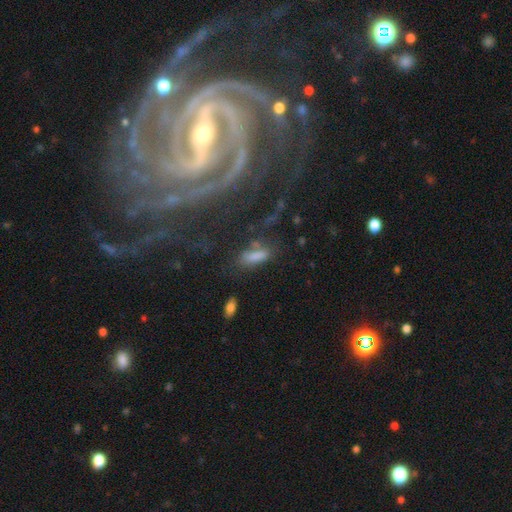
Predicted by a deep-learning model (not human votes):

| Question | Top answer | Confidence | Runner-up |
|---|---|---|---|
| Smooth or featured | smooth | 74% | featured or disk (14%) |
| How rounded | in between | 56% | cigar-shaped (40%) |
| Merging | none | 55% | minor disturbance (24%) |